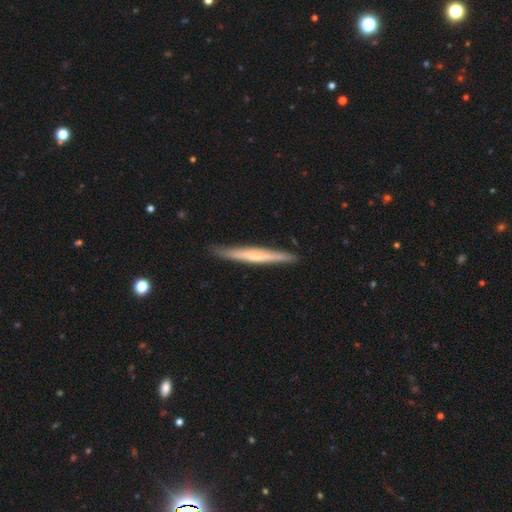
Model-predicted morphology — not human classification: A featured or disk galaxy (50%). Merging: none (89%).